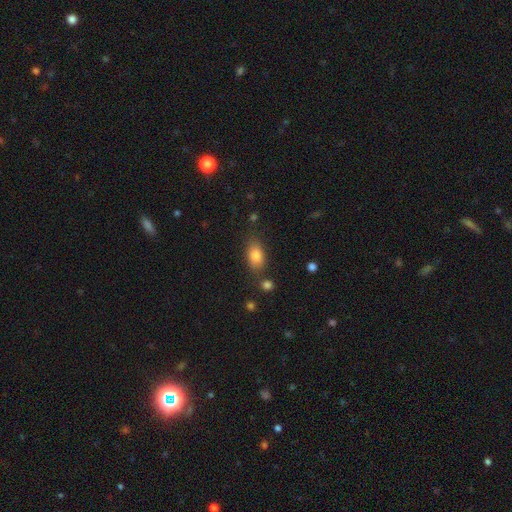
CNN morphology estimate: type=smooth (82%); roundness=in between (85%); merging=none (74%).